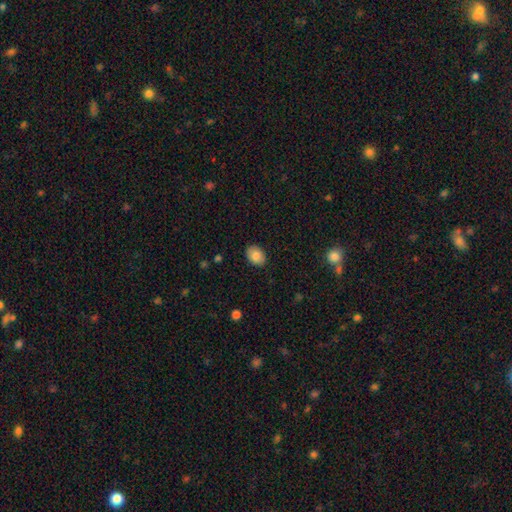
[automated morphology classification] A smooth galaxy with no disk features (82%) that is in between round and cigar-shaped (69%). Merging: none (88%).